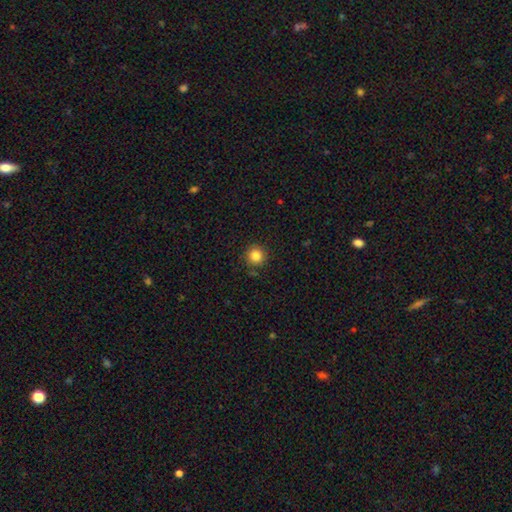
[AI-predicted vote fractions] A smooth galaxy with no disk features (84%) that is round (94%). Merging: none (89%).